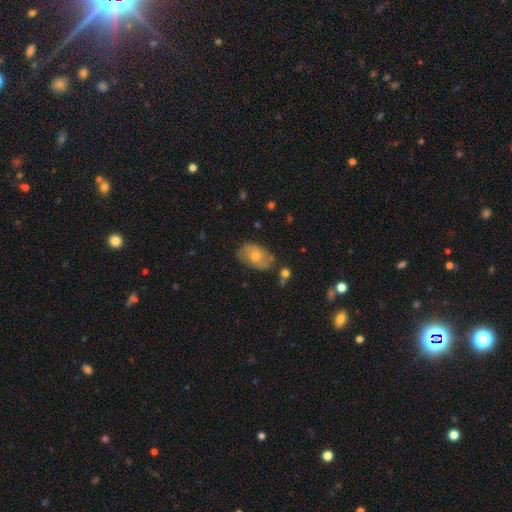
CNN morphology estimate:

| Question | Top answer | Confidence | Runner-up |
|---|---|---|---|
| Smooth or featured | smooth | 47% | featured or disk (42%) |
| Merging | none | 74% | minor disturbance (18%) |